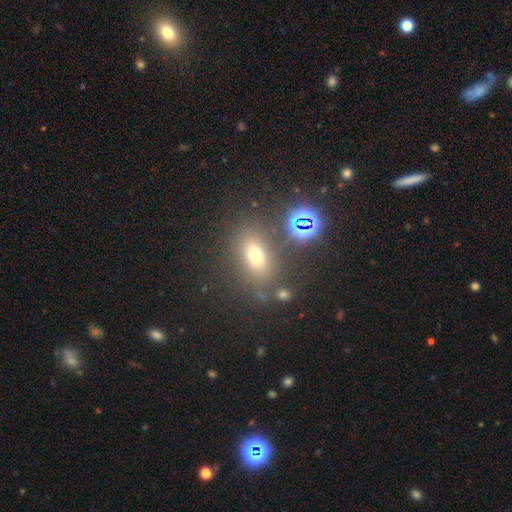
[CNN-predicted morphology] The model was most divided on "smooth or featured": smooth: 61%, star or artifact: 25%, featured or disk: 14%. More confident: merging — none (74%); how rounded — in between (66%).